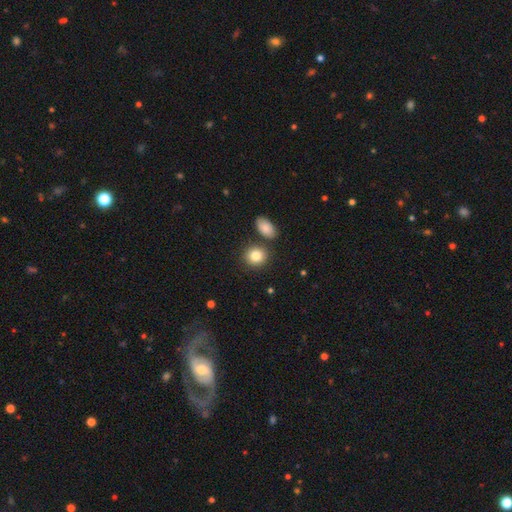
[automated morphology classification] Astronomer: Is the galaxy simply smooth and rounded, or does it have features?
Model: smooth — 84%.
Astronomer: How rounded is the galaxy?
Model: round — 75%.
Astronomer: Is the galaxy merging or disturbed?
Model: none — 77%.